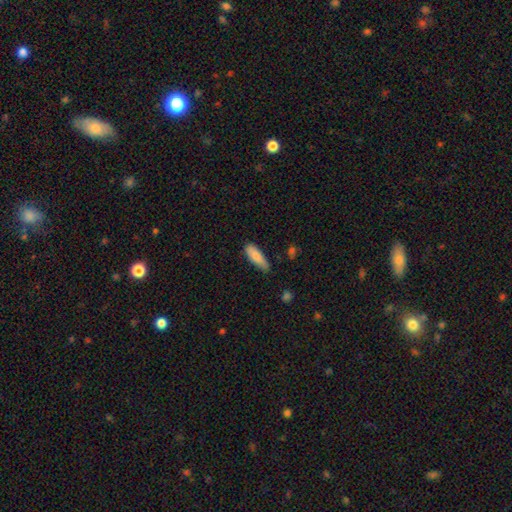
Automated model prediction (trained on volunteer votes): Overall: smooth (86%). How rounded: in between (55%; cigar-shaped 43%). Merging: none (65%; minor disturbance 29%).